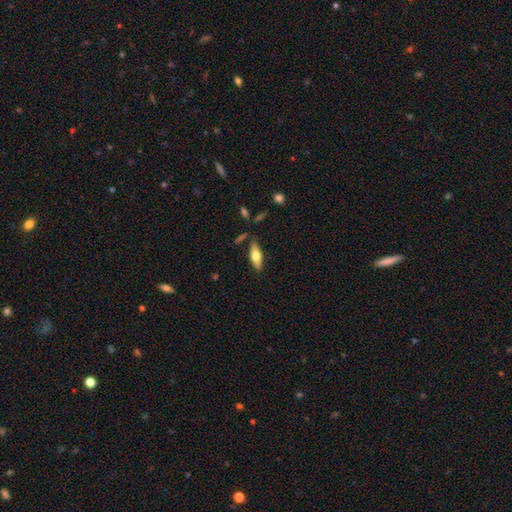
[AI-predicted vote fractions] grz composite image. It shows a smooth galaxy with no disk features (62%) that is in between round and cigar-shaped (66%). Merging: none (81%).